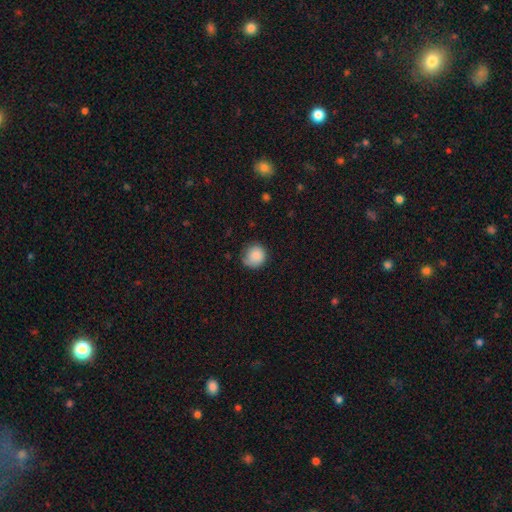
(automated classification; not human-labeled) smooth_or_featured: smooth (p=0.86) [alt: star or artifact p=0.08]
how_rounded: round (p=0.88) [alt: in between p=0.11]
merging: none (p=0.69) [alt: minor disturbance p=0.24]